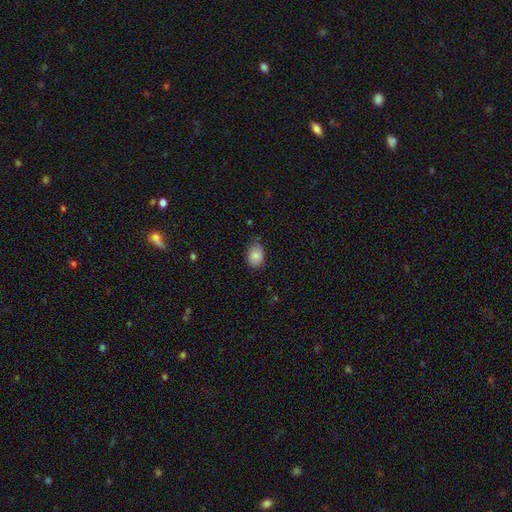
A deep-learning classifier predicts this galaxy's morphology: smooth_or_featured: smooth (p=0.85) [alt: star or artifact p=0.08]
how_rounded: in between (p=0.71) [alt: round p=0.28]
merging: none (p=0.72) [alt: minor disturbance p=0.23]